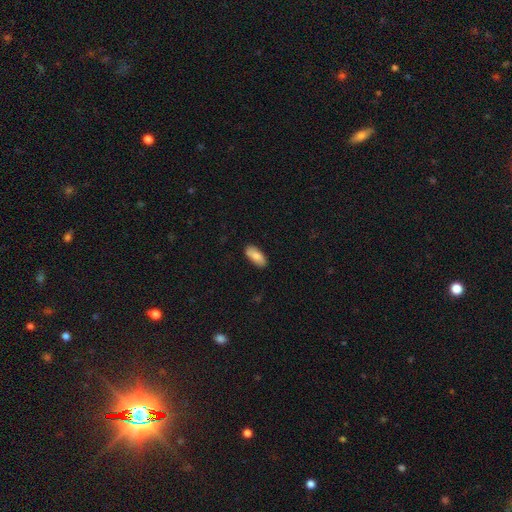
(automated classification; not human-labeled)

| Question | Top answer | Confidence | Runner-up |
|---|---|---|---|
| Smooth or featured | smooth | 85% | featured or disk (9%) |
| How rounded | in between | 84% | cigar-shaped (14%) |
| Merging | none | 86% | minor disturbance (10%) |